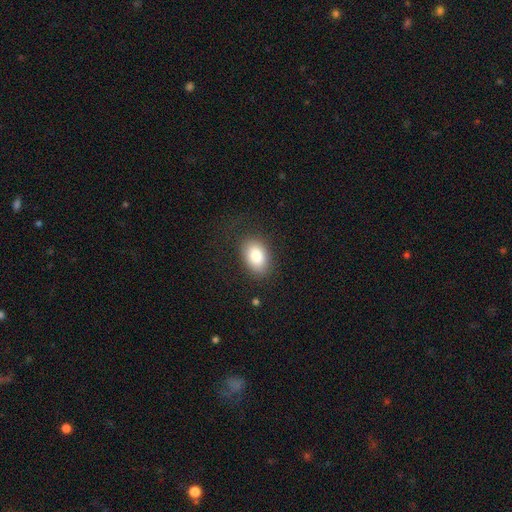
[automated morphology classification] Overall: smooth (85%). How rounded: in between (85%). Merging: none (79%).